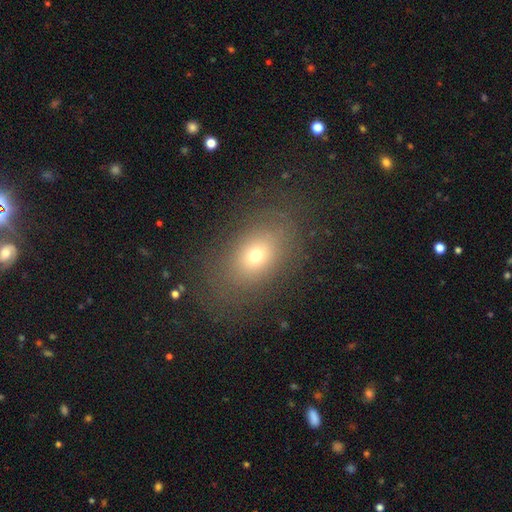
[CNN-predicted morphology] A smooth galaxy with no disk features (66%) that is in between round and cigar-shaped (72%). Merging: none (79%).